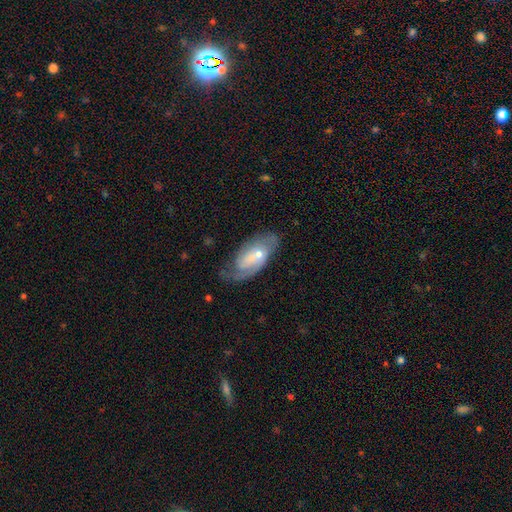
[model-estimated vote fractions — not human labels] Q: Smooth or featured?
A: featured or disk (71%); runner-up: smooth (22%)
Q: Edge-on disk?
A: no (93%); runner-up: yes (7%)
Q: Bar?
A: no (54%); runner-up: weak (37%)
Q: Spiral arms?
A: yes (87%); runner-up: no (13%)
Q: Spiral winding?
A: medium (42%); runner-up: tight (39%)
Q: Spiral arm count?
A: 2 (52%); runner-up: 1 (25%)
Q: Bulge size?
A: small (58%); runner-up: moderate (35%)
Q: Merging?
A: none (58%); runner-up: minor disturbance (23%)